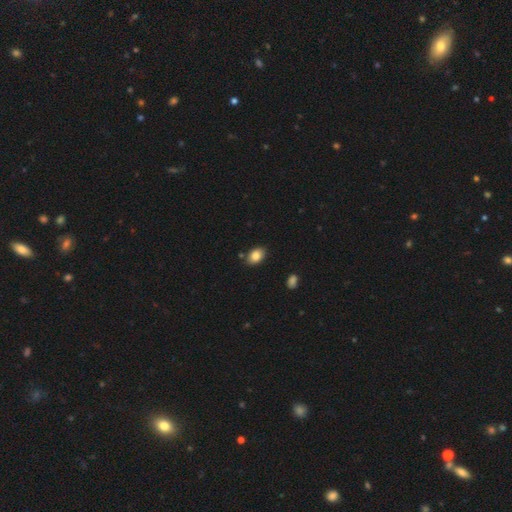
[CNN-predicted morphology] Overall: smooth (85%). How rounded: in between (85%). Merging: none (84%).